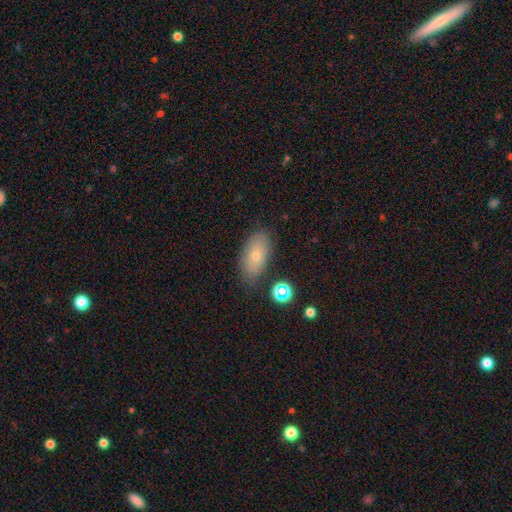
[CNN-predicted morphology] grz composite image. It shows a smooth galaxy with no disk features (68%) that is in between round and cigar-shaped (89%). Merging: none (82%).